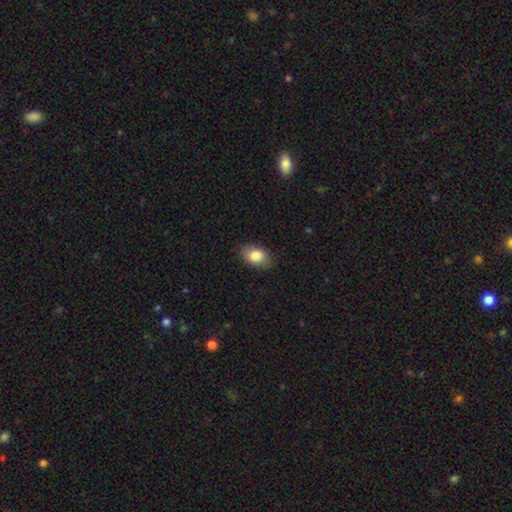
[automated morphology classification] smooth 83%, featured or disk 9%, star or artifact 7%. Down the decision tree: how rounded — in between (86%); merging — none (85%).